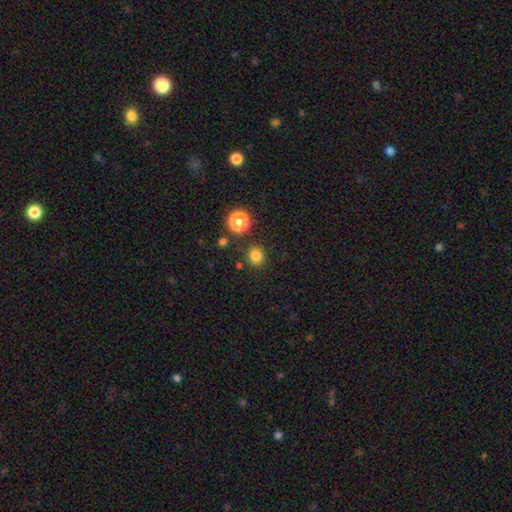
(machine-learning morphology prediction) smooth 81%, star or artifact 15%, featured or disk 4%. Down the decision tree: how rounded — round (85%); merging — none (86%).